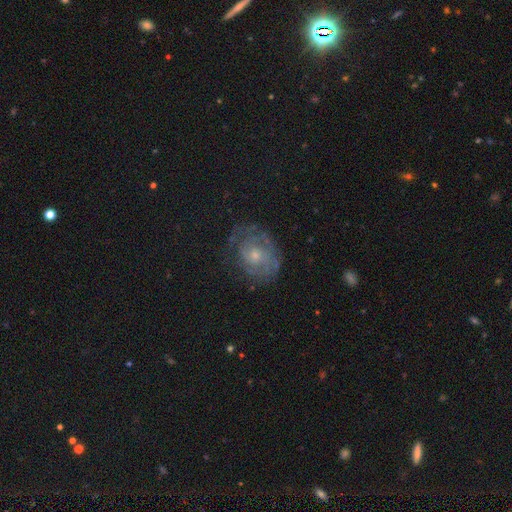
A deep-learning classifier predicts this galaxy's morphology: Smooth or featured?
  - featured or disk: 65% *
  - smooth: 25%
  - star or artifact: 10%
Edge-on disk?
  - no: 97% *
  - yes: 3%
Bar?
  - no: 83% *
  - weak: 15%
  - strong: 2%
Spiral arms?
  - yes: 69% *
  - no: 31%
Bulge size?
  - small: 59% *
  - moderate: 34%
  - none: 3%
  - large: 2%
  - dominant: 1%
Merging?
  - none: 64% *
  - minor disturbance: 21%
  - major disturbance: 13%
  - merger: 1%